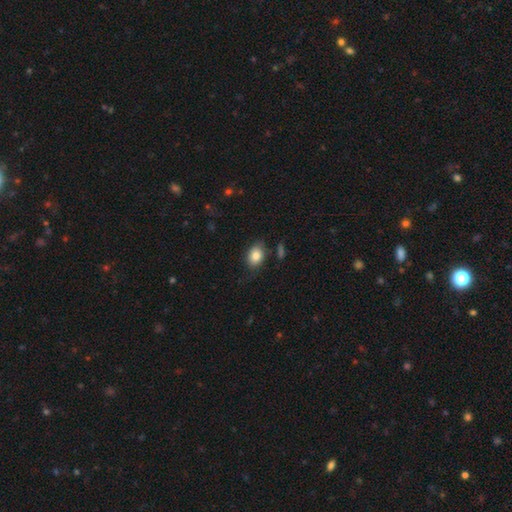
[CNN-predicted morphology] The model was most divided on "how rounded": in between: 75%, round: 24%, cigar-shaped: 1%. More confident: smooth or featured — smooth (83%); merging — none (74%).